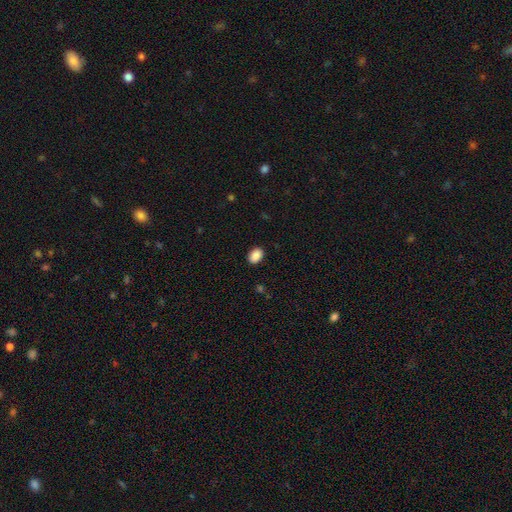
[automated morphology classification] Smooth or featured?
  - smooth: 89% *
  - star or artifact: 8%
  - featured or disk: 3%
How rounded?
  - in between: 77% *
  - round: 22%
  - cigar-shaped: 1%
Merging?
  - none: 89% *
  - minor disturbance: 8%
  - major disturbance: 2%
  - merger: 1%